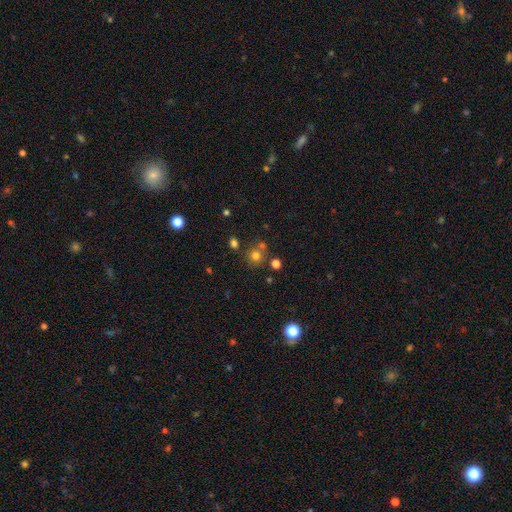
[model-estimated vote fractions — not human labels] smooth-or-featured: smooth: 72% | star or artifact: 20% | featured or disk: 9%
  how-rounded: round: 89% | in between: 10% | cigar-shaped: 1%
  merging: none: 71% | merger: 17% | minor disturbance: 9% | major disturbance: 3%